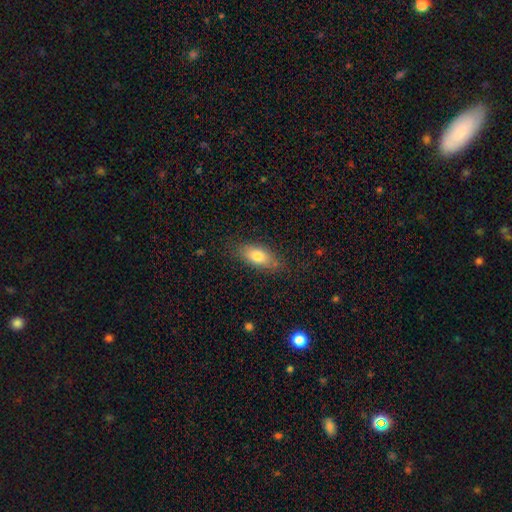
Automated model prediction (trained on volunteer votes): smooth 76%, featured or disk 17%, star or artifact 8%. Down the decision tree: how rounded — in between (82%); merging — none (79%).